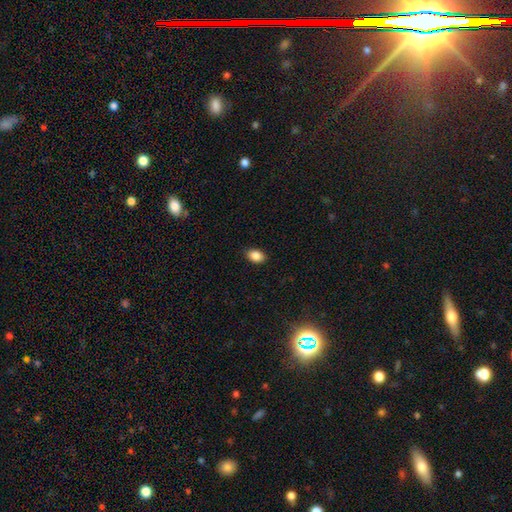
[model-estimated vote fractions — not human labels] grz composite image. It shows a smooth galaxy with no disk features (87%) that is in between round and cigar-shaped (81%). Merging: none (88%).